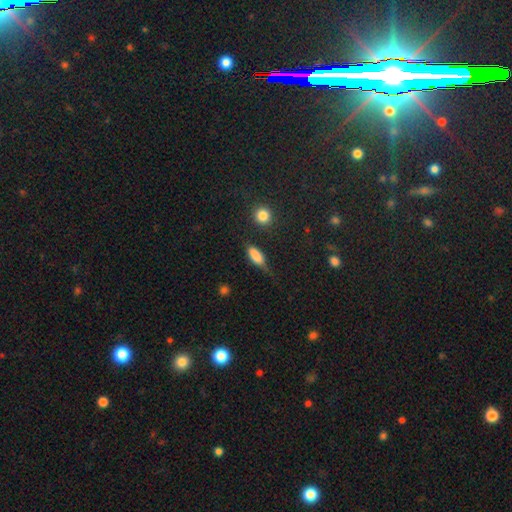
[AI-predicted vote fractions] This appears to be a smooth galaxy with no disk features (79%) that is in between round and cigar-shaped (69%). Merging: none (54%).